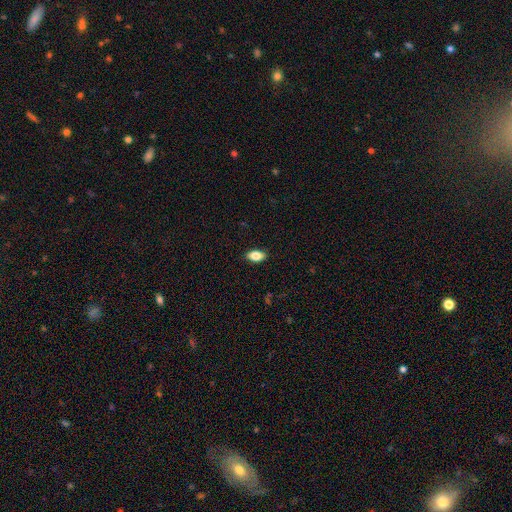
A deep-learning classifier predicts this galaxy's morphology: type=smooth (84%); roundness=in between (90%); merging=none (88%).